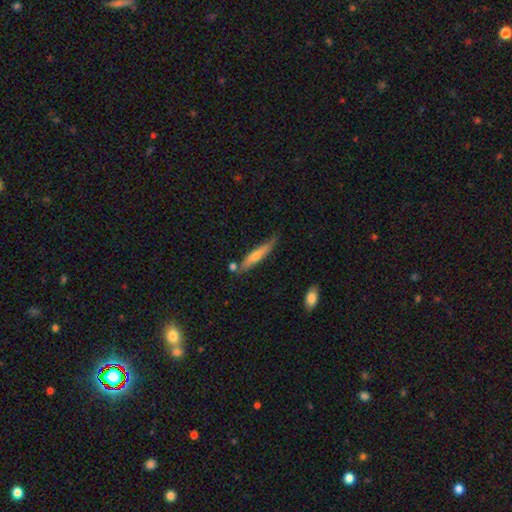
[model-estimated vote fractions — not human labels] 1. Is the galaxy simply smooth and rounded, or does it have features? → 47% featured or disk, 45% smooth, 7% star or artifact.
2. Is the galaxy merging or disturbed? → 74% none, 18% minor disturbance, 5% merger, 3% major disturbance.